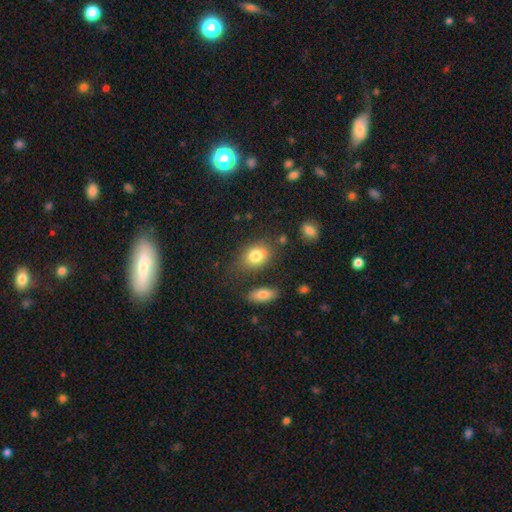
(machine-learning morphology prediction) This appears to be a smooth galaxy with no disk features (80%) that is in between round and cigar-shaped (68%). Merging: none (68%).